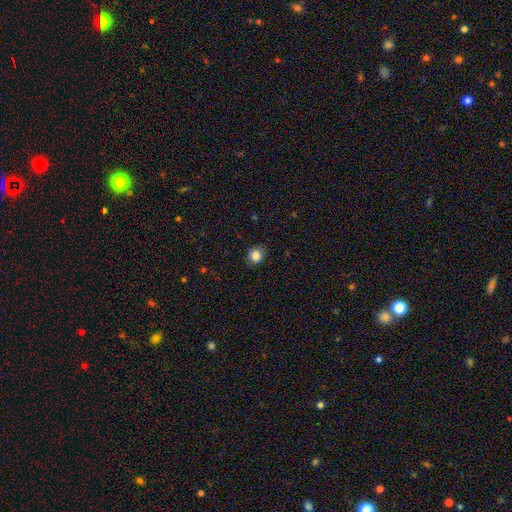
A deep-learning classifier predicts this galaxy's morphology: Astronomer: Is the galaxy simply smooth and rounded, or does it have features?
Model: smooth — 84%.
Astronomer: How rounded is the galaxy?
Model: round — 75%.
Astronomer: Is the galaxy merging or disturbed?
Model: none — 83%.